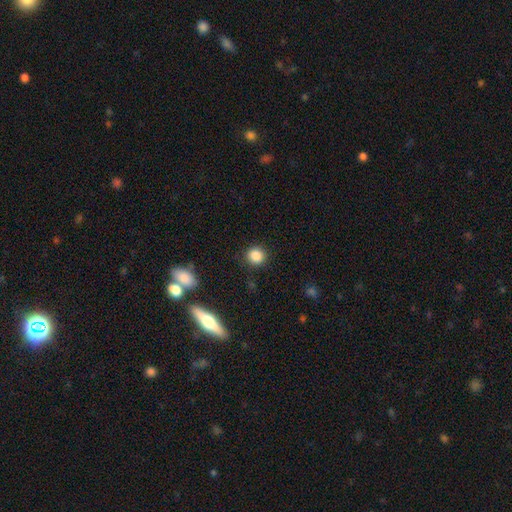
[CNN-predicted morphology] smooth_or_featured: smooth (p=0.85) [alt: star or artifact p=0.11]
how_rounded: round (p=0.87) [alt: in between p=0.12]
merging: none (p=0.89) [alt: minor disturbance p=0.07]